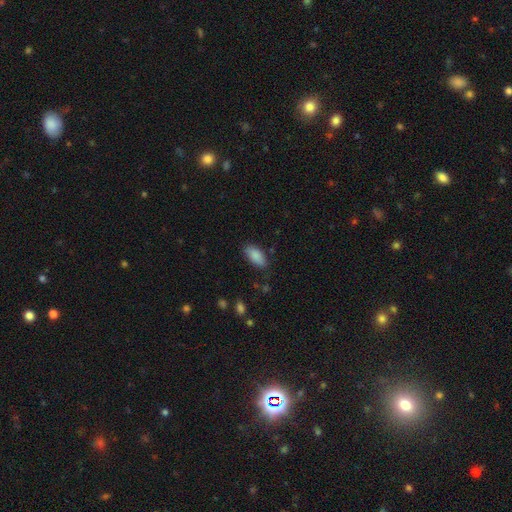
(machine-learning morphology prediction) A smooth galaxy with no disk features (88%) that is in between round and cigar-shaped (91%).

Vote fractions:
- Smooth or featured? smooth: 88% / star or artifact: 7% / featured or disk: 5%
- How rounded? in between: 91% / cigar-shaped: 7% / round: 2%
- Merging? none: 79% / minor disturbance: 16% / major disturbance: 4% / merger: 2%